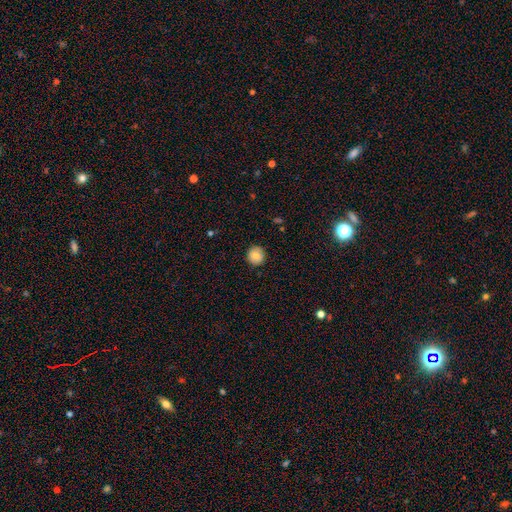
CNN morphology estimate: Smooth or featured? Predicted: smooth (p=0.83). How rounded? Predicted: round (p=0.91). Merging? Predicted: none (p=0.90).